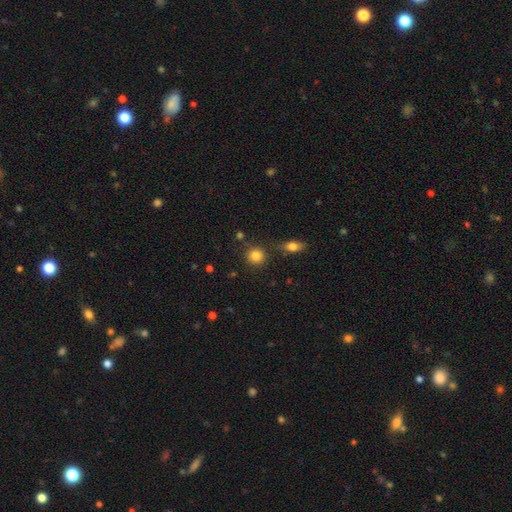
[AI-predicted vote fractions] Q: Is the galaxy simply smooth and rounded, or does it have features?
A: smooth — 83%.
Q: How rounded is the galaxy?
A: round — 89%.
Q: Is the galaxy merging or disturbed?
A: none — 81%.